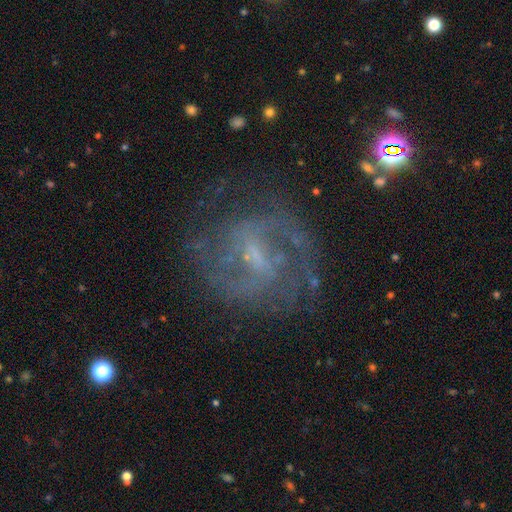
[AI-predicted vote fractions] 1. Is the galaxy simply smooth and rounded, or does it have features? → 83% featured or disk, 9% star or artifact, 8% smooth.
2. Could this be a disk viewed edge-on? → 97% no, 3% yes.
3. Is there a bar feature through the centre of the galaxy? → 57% weak, 24% strong, 20% no.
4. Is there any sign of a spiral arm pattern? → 92% yes, 8% no.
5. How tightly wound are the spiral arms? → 50% medium, 33% tight, 16% loose.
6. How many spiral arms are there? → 69% 2, 17% can't tell, 6% 3, 3% 1, 3% 4, 2% more than 4.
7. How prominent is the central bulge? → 51% small, 23% none, 23% moderate, 2% large, 1% dominant.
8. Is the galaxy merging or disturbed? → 74% none, 15% minor disturbance, 10% major disturbance, 2% merger.